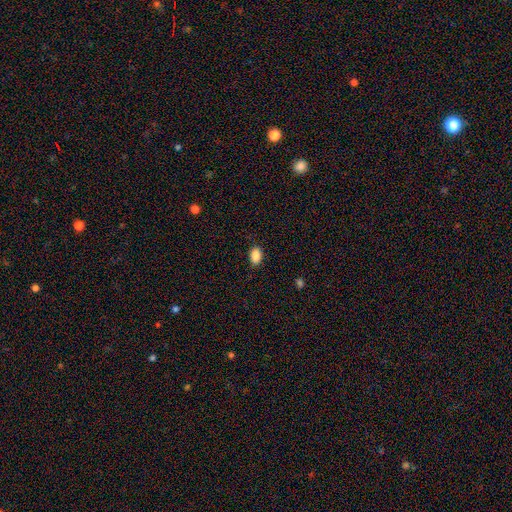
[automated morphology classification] This appears to be a smooth galaxy with no disk features (89%) that is in between round and cigar-shaped (90%). Merging: none (87%).